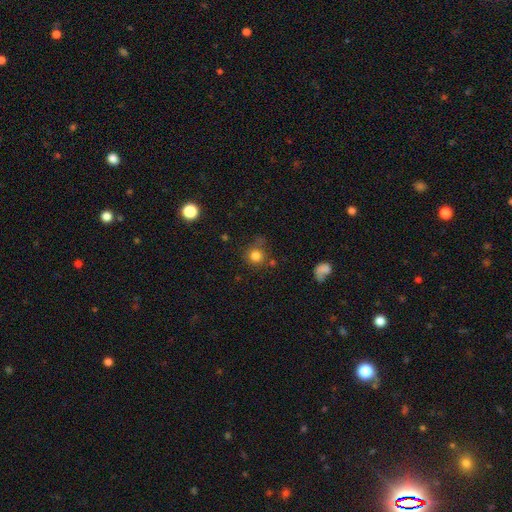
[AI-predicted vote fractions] The model was most divided on "merging": none: 66%, minor disturbance: 18%, major disturbance: 9%, merger: 7%. More confident: how rounded — round (89%); smooth or featured — smooth (81%).